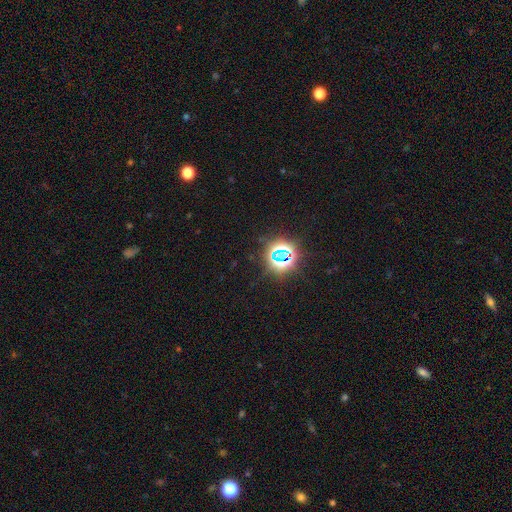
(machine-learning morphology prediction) A star or artifact, not a galaxy (78%).